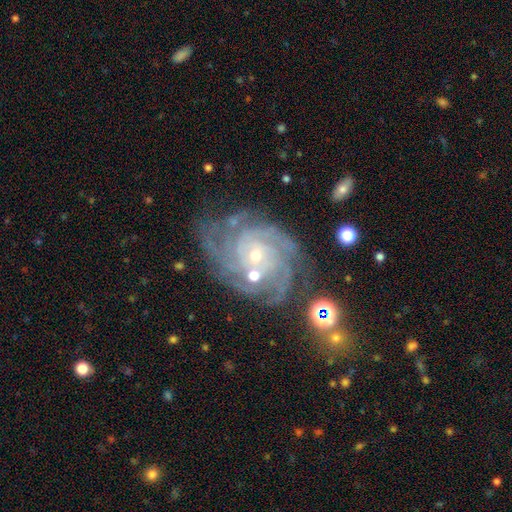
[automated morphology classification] smooth-or-featured: featured or disk: 88% | star or artifact: 7% | smooth: 4%
  disk-edge-on: no: 97% | yes: 3%
    bar: no: 71% | weak: 22% | strong: 7%
    has-spiral-arms: yes: 98% | no: 2%
      spiral-winding: tight: 74% | medium: 22% | loose: 3%
      spiral-arm-count: 4: 32% | more than 4: 24% | 3: 15% | can't tell: 15% | 2: 8% | 1: 6%
    bulge-size: small: 74% | moderate: 22% | none: 2% | large: 1% | dominant: 1%
  merging: none: 66% | minor disturbance: 18% | major disturbance: 8% | merger: 7%